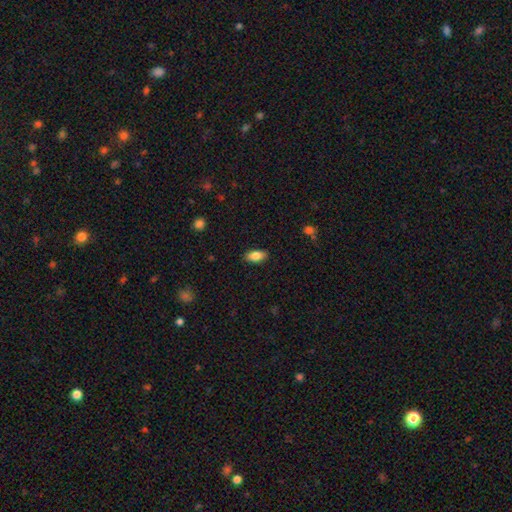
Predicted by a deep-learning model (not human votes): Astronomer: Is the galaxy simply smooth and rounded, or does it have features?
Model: smooth — 84%.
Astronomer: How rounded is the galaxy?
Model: in between — 90%.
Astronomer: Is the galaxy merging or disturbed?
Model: none — 88%.